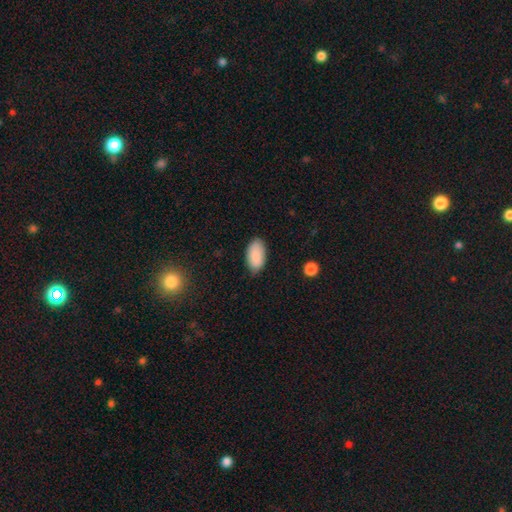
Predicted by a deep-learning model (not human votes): Smooth or featured: smooth — 89% (star or artifact — 6%)
How rounded: in between — 95% (round — 3%)
Merging: none — 81% (minor disturbance — 15%)